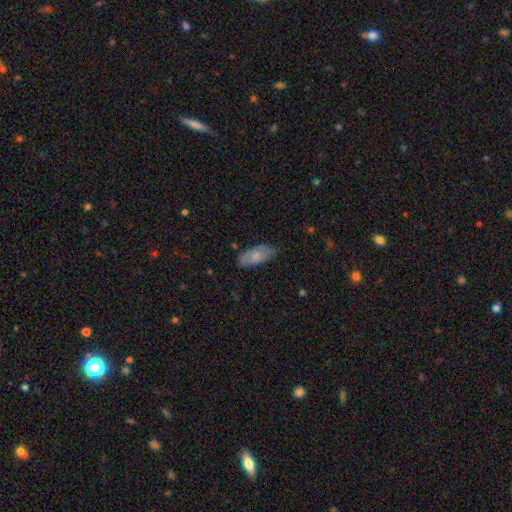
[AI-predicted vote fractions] smooth 75%, featured or disk 19%, star or artifact 6%. Down the decision tree: how rounded — in between (87%); merging — none (76%).